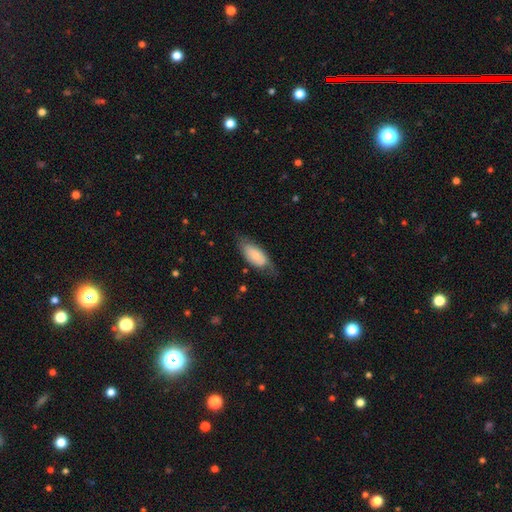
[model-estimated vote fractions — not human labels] Smooth or featured? smooth (63%)
How rounded? in between (90%)
Merging? none (56%)